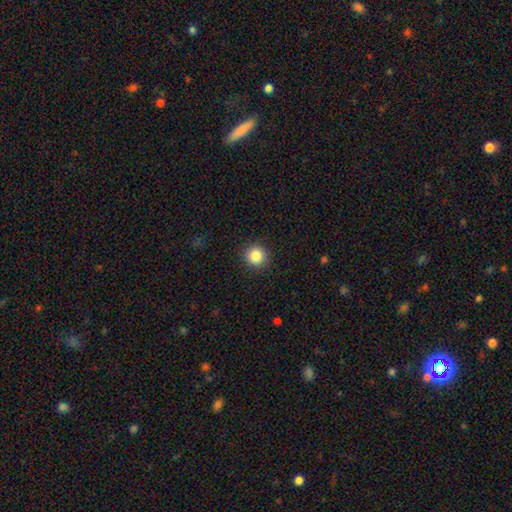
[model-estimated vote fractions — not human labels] The model was most divided on "smooth or featured": smooth: 85%, star or artifact: 10%, featured or disk: 4%. More confident: how rounded — round (94%); merging — none (92%).